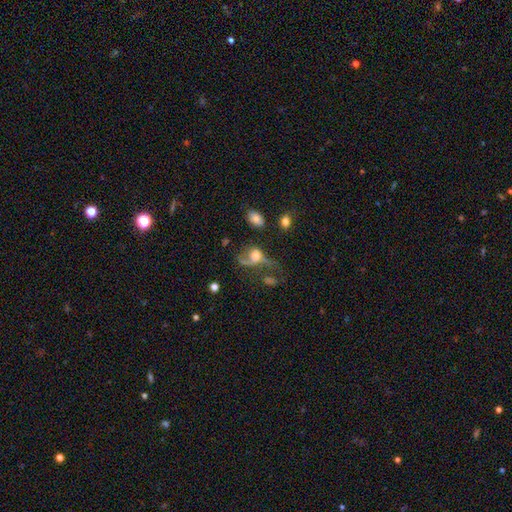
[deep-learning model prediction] Morphology: type=featured or disk (58%); edge-on=no (96%); bar=no (74%); spiral arms=yes (76%); bulge=moderate (45%); merging=major disturbance (46%).